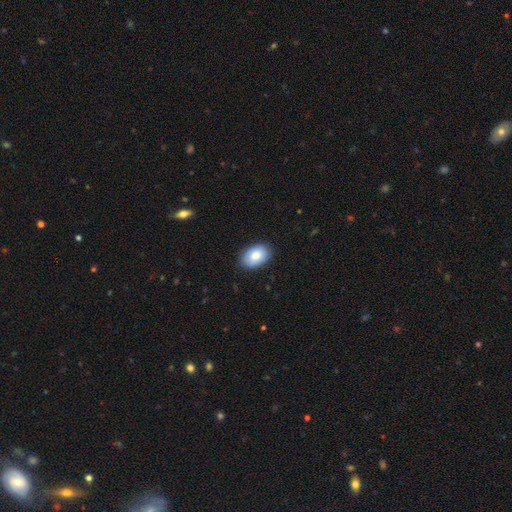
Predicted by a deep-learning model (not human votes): A smooth galaxy with no disk features (84%) that is in between round and cigar-shaped (87%).

Vote fractions:
- Smooth or featured? smooth: 84% / featured or disk: 10% / star or artifact: 6%
- How rounded? in between: 87% / round: 12% / cigar-shaped: 1%
- Merging? none: 84% / minor disturbance: 13% / major disturbance: 2% / merger: 1%